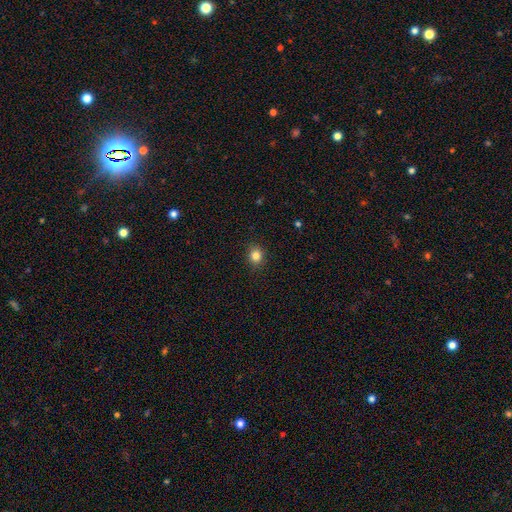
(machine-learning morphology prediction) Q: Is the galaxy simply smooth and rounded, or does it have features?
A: smooth — 82%.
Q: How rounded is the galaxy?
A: round — 79%.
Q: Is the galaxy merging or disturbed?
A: none — 90%.